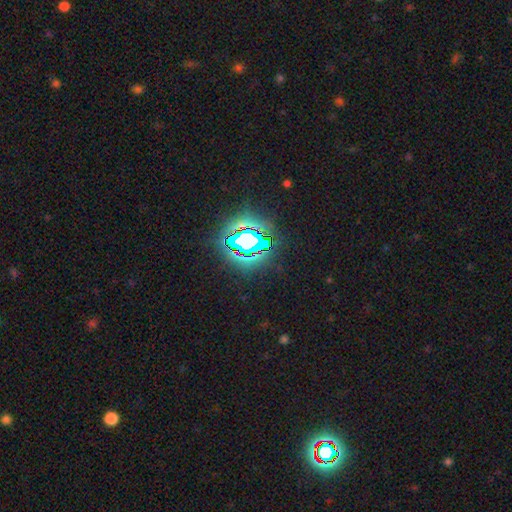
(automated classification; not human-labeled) A star or artifact, not a galaxy (83%).

Vote fractions:
- Smooth or featured? star or artifact: 83% / smooth: 10% / featured or disk: 6%